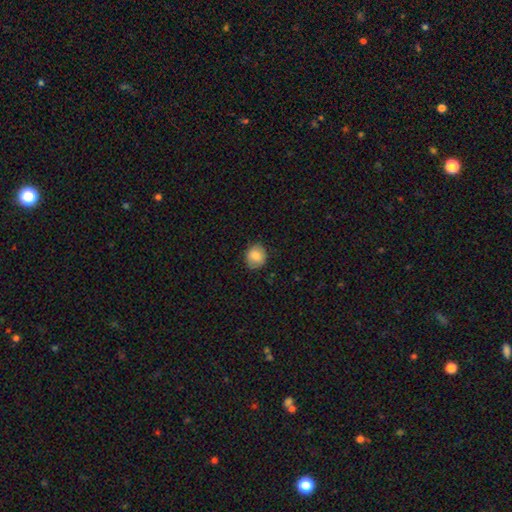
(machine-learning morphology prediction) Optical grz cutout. It shows a smooth galaxy with no disk features (83%) that is round (76%). Merging: none (82%).